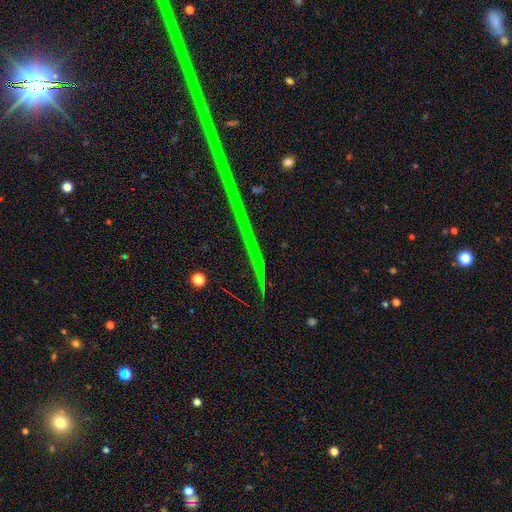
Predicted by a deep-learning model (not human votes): star or artifact 81%, featured or disk 12%, smooth 7%.